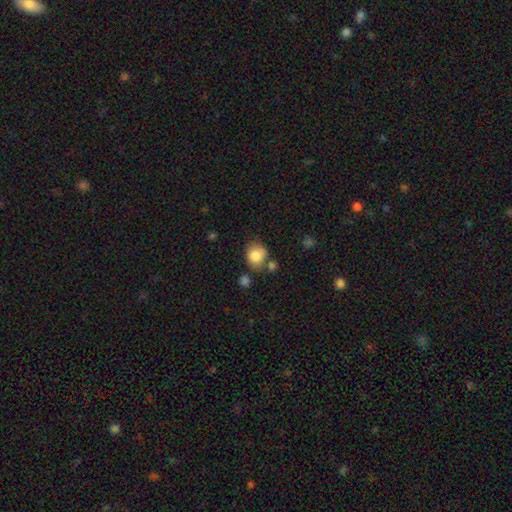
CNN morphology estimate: Smooth or featured?
  - smooth: 83% *
  - star or artifact: 9%
  - featured or disk: 8%
How rounded?
  - round: 63% *
  - in between: 36%
  - cigar-shaped: 1%
Merging?
  - none: 62% *
  - minor disturbance: 20%
  - merger: 12%
  - major disturbance: 6%